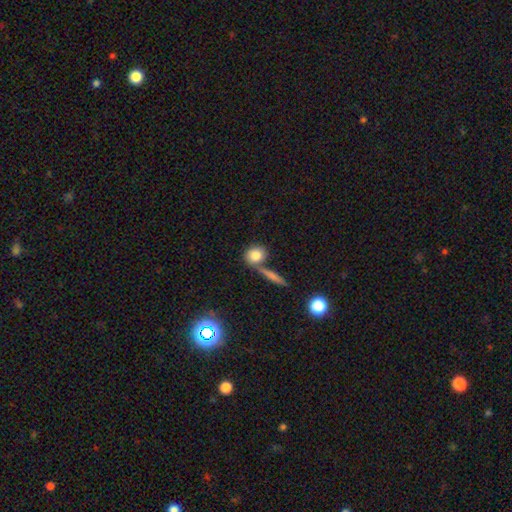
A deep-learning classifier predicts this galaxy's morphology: This is likely a smooth galaxy (80%). How rounded: likely round (73%). Merging: likely none (64%).